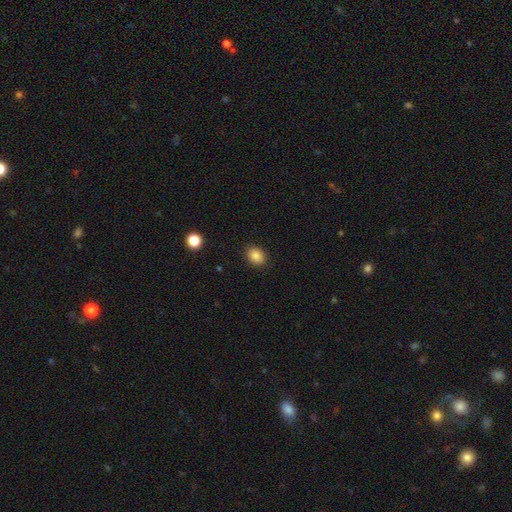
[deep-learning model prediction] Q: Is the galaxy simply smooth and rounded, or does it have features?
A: smooth — 87%.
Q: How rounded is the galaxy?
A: in between — 67%.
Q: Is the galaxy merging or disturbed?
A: none — 89%.